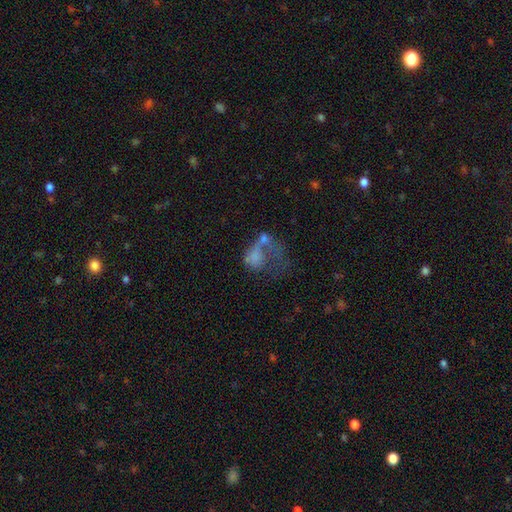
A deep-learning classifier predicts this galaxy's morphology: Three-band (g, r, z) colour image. It shows a smooth galaxy with no disk features (50%). Merging: major disturbance (49%).